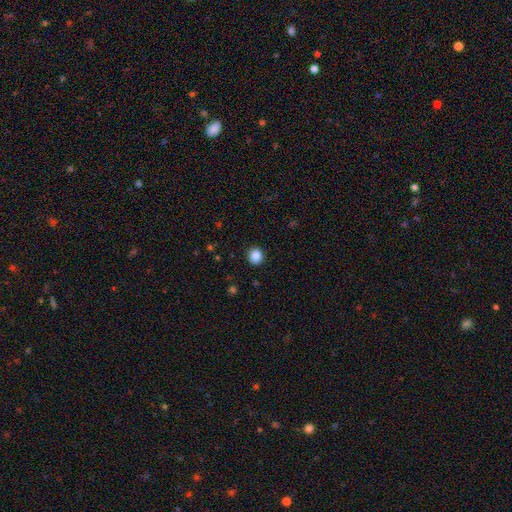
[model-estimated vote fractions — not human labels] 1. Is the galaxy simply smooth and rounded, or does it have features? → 87% smooth, 10% star or artifact, 3% featured or disk.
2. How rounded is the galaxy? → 83% round, 16% in between, 1% cigar-shaped.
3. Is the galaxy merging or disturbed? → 91% none, 6% minor disturbance, 2% major disturbance, 1% merger.